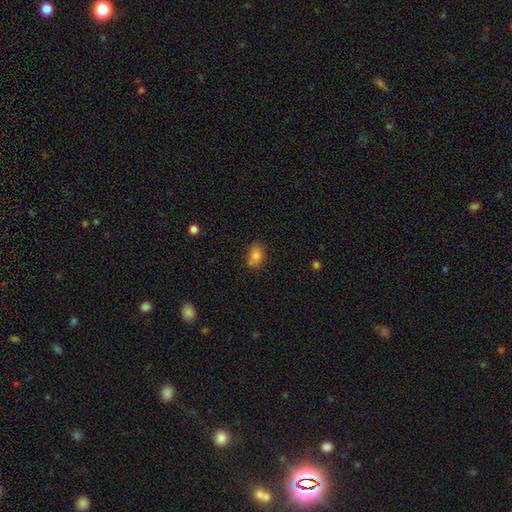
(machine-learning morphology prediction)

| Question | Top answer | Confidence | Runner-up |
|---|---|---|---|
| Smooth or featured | smooth | 82% | star or artifact (10%) |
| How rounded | in between | 82% | round (16%) |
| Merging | none | 74% | minor disturbance (18%) |